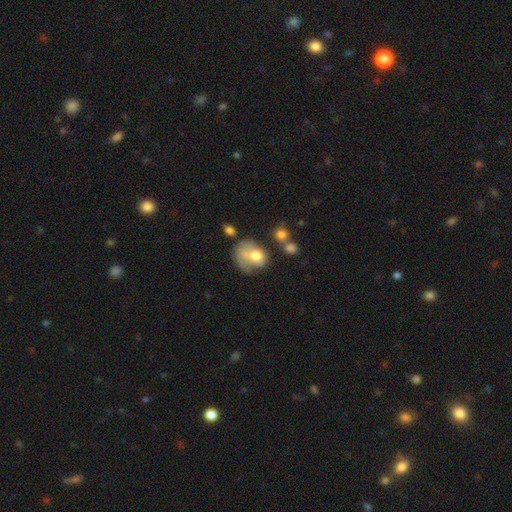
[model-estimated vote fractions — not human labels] smooth 63%, featured or disk 27%, star or artifact 9%. Down the decision tree: how rounded — round (54%); merging — major disturbance (29%).